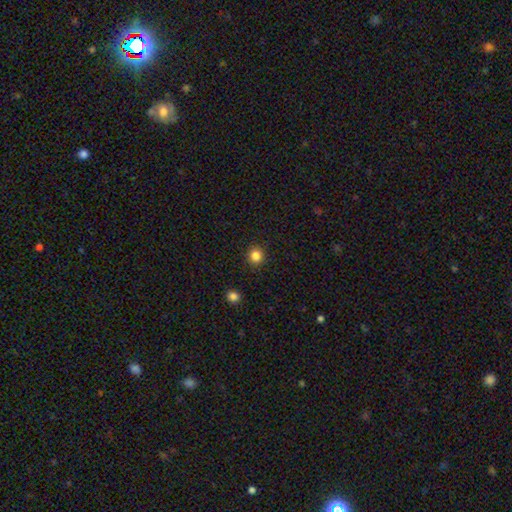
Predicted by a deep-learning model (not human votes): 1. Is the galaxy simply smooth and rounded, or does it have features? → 84% smooth, 12% star or artifact, 4% featured or disk.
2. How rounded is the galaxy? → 91% round, 8% in between, 1% cigar-shaped.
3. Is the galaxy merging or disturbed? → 91% none, 5% minor disturbance, 2% major disturbance, 1% merger.